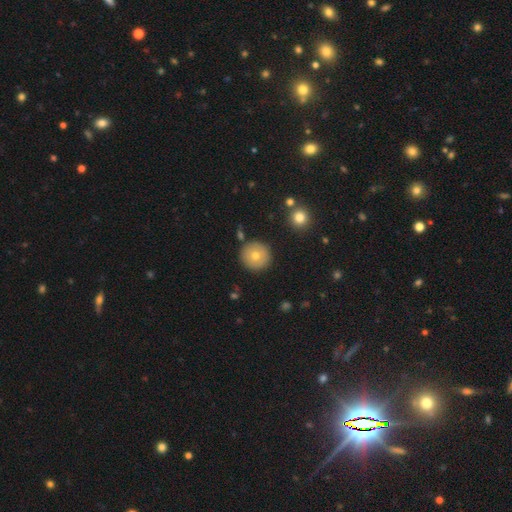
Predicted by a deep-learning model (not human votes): This appears to be a smooth galaxy with no disk features (74%) that is round (96%). Merging: none (89%).